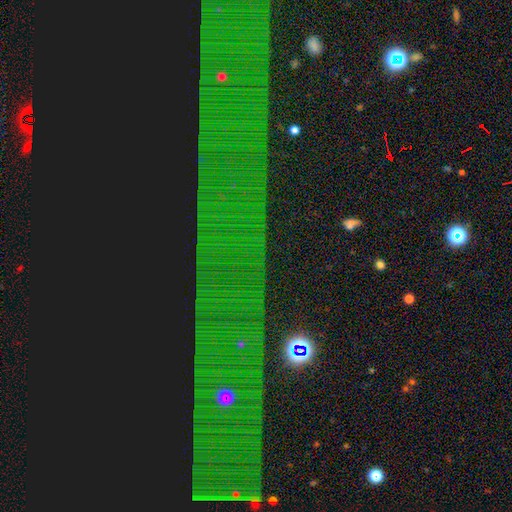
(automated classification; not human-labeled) Smooth or featured? Predicted: star or artifact (p=0.84).